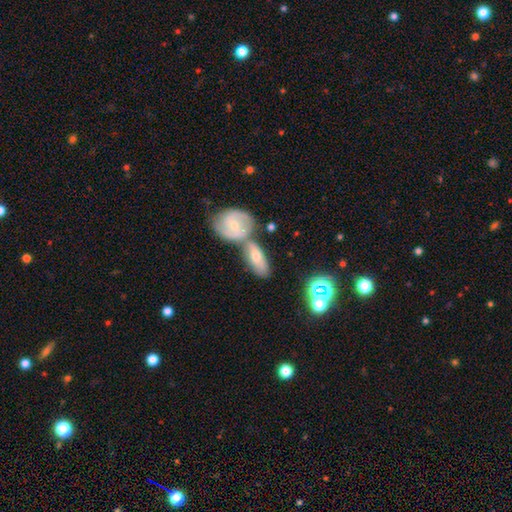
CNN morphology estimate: Overall: featured or disk (48%; smooth 41%). Merging: none (45%; merger 39%).